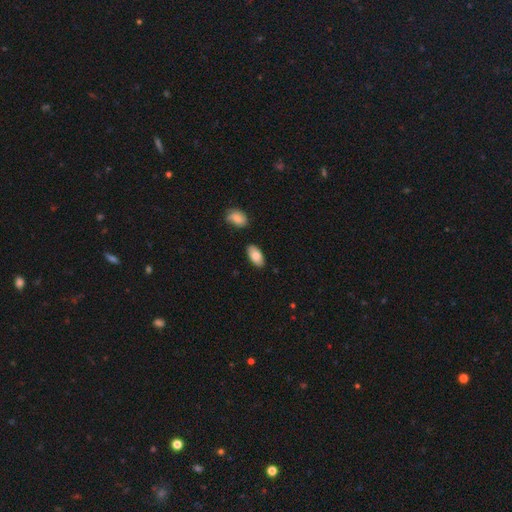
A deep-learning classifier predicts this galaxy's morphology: This appears to be a smooth galaxy with no disk features (84%) that is in between round and cigar-shaped (94%). Merging: none (84%).